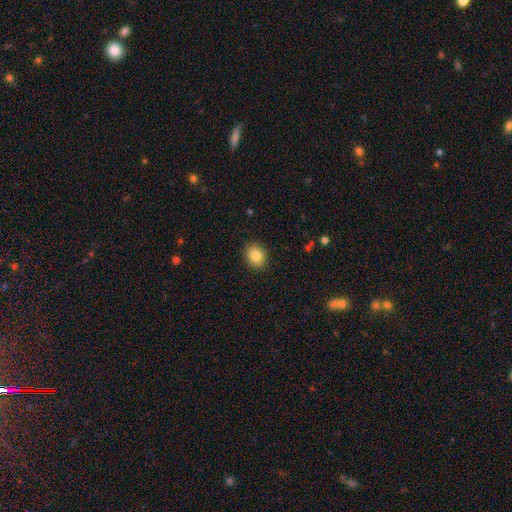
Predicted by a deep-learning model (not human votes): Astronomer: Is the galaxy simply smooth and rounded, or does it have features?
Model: smooth — 85%.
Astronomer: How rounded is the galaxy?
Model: round — 56% (runner-up: in between, 43%).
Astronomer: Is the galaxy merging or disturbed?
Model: none — 89%.